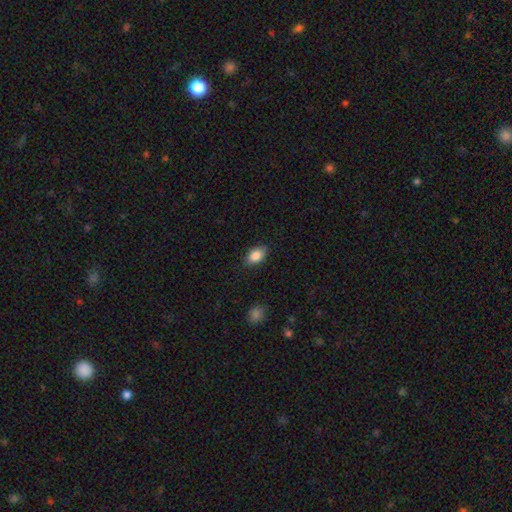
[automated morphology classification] smooth-or-featured: smooth: 86% | star or artifact: 8% | featured or disk: 6%
  how-rounded: in between: 89% | round: 9% | cigar-shaped: 2%
  merging: none: 86% | minor disturbance: 11% | major disturbance: 2% | merger: 1%